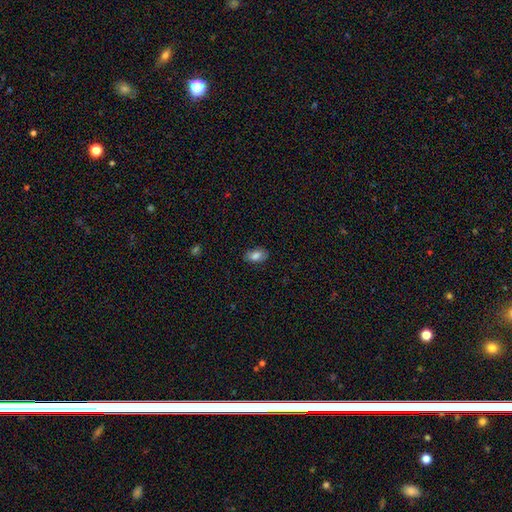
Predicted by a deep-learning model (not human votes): Q: Smooth or featured?
A: smooth (81%); runner-up: featured or disk (11%)
Q: How rounded?
A: in between (90%); runner-up: round (8%)
Q: Merging?
A: none (82%); runner-up: minor disturbance (14%)